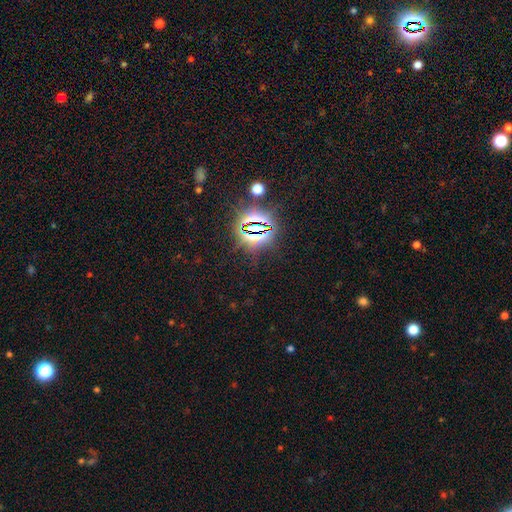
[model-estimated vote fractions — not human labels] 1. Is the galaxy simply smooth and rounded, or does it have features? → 77% star or artifact, 13% smooth, 10% featured or disk.